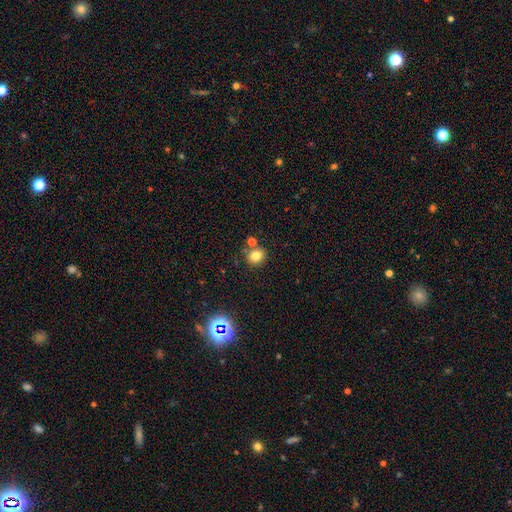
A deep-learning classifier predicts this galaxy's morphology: A smooth galaxy with no disk features (78%) that is round (69%).

Vote fractions:
- Smooth or featured? smooth: 78% / star or artifact: 14% / featured or disk: 8%
- How rounded? round: 69% / in between: 30% / cigar-shaped: 1%
- Merging? none: 73% / merger: 13% / minor disturbance: 10% / major disturbance: 3%